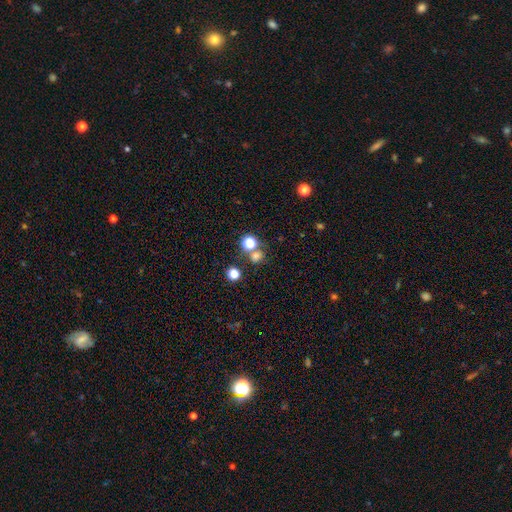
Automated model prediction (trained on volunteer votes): The model was most divided on "merging": none: 59%, merger: 28%, minor disturbance: 8%, major disturbance: 5%. More confident: how rounded — round (77%); smooth or featured — smooth (65%).